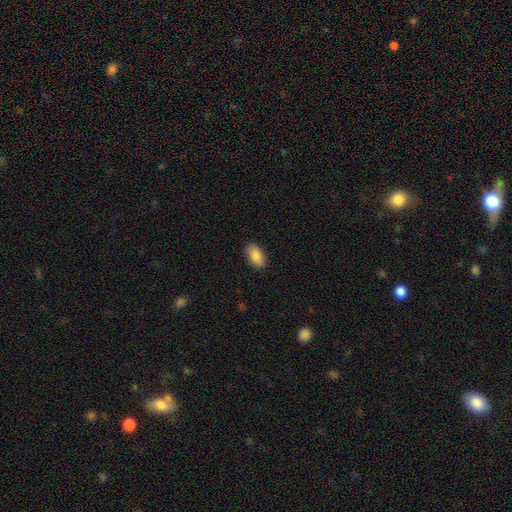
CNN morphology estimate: This appears to be a smooth galaxy with no disk features (86%) that is in between round and cigar-shaped (93%). Merging: none (88%).